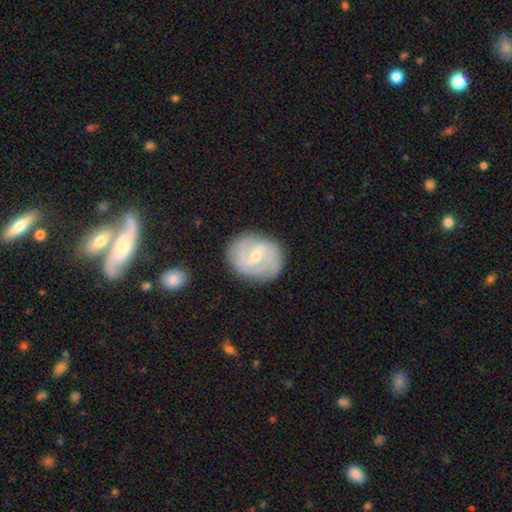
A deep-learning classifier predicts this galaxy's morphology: Smooth or featured?
  - featured or disk: 81% *
  - smooth: 13%
  - star or artifact: 6%
Edge-on disk?
  - no: 97% *
  - yes: 3%
Bar?
  - weak: 57% *
  - no: 25%
  - strong: 18%
Spiral arms?
  - yes: 94% *
  - no: 6%
Spiral winding?
  - medium: 43% *
  - tight: 42%
  - loose: 15%
Spiral arm count?
  - 2: 58% *
  - can't tell: 16%
  - 3: 15%
  - 4: 4%
  - 1: 3%
  - more than 4: 3%
Bulge size?
  - small: 63% *
  - moderate: 34%
  - none: 1%
  - large: 1%
  - dominant: 1%
Merging?
  - none: 82% *
  - minor disturbance: 13%
  - major disturbance: 4%
  - merger: 2%